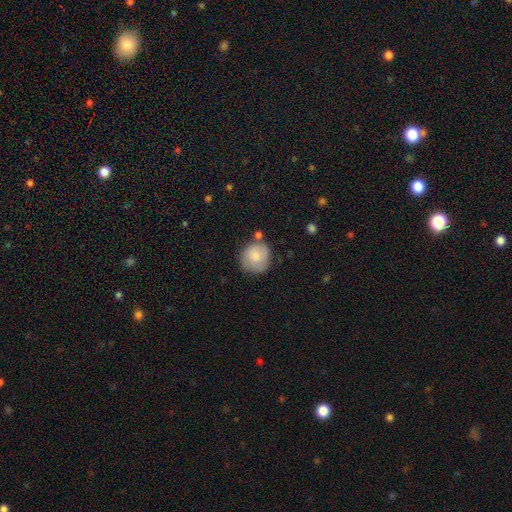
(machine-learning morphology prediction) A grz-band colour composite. It shows a smooth galaxy with no disk features (80%) that is round (87%). Merging: none (65%).